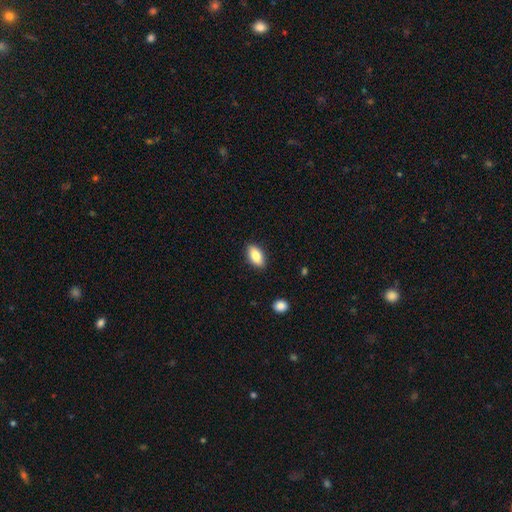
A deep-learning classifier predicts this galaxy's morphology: A smooth galaxy with no disk features (83%) that is in between round and cigar-shaped (91%).

Vote fractions:
- Smooth or featured? smooth: 83% / featured or disk: 10% / star or artifact: 7%
- How rounded? in between: 91% / cigar-shaped: 5% / round: 4%
- Merging? none: 89% / minor disturbance: 8% / major disturbance: 2% / merger: 1%